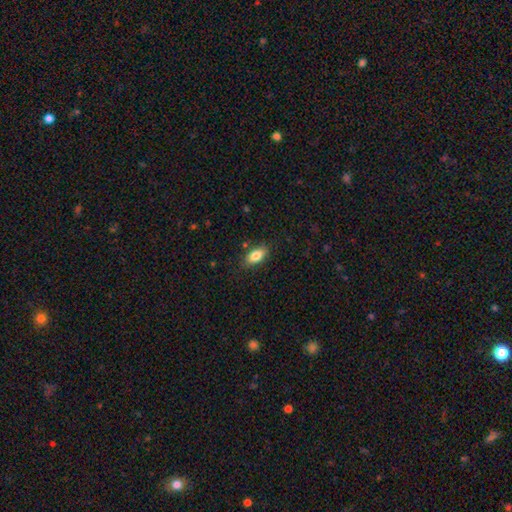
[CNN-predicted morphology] smooth 81%, featured or disk 11%, star or artifact 7%. Down the decision tree: how rounded — in between (88%); merging — none (83%).